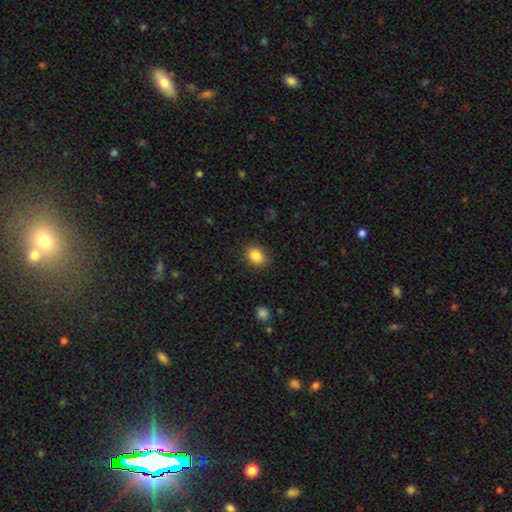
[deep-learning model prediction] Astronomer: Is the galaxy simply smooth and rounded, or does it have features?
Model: smooth — 87%.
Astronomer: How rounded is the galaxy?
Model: in between — 62% (runner-up: round, 37%).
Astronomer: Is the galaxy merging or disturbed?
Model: none — 87%.